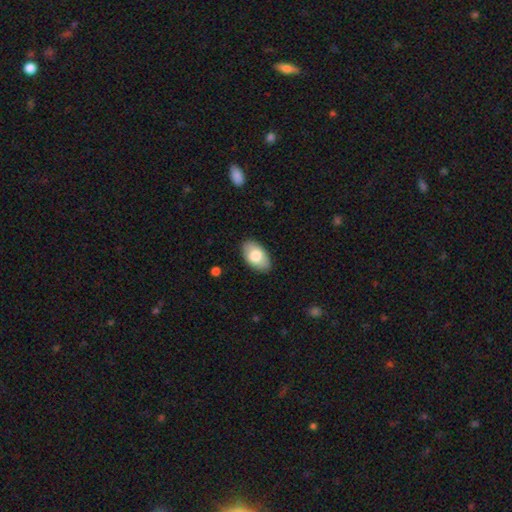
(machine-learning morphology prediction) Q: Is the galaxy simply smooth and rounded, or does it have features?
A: smooth — 79%.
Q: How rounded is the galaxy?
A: in between — 94%.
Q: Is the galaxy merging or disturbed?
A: none — 87%.